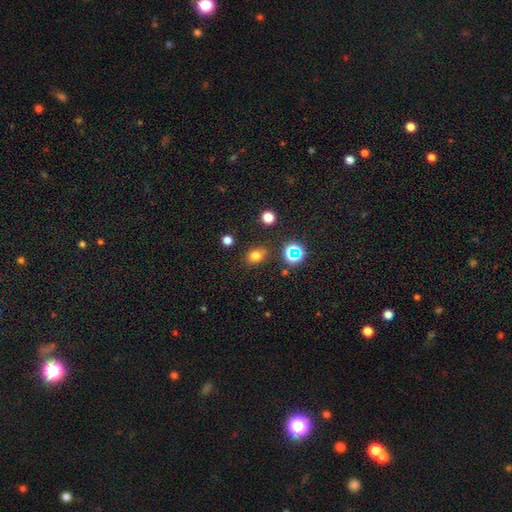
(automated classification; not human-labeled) A smooth galaxy with no disk features (72%) that is round (54%).

Vote fractions:
- Smooth or featured? smooth: 72% / star or artifact: 21% / featured or disk: 7%
- How rounded? round: 54% / in between: 45% / cigar-shaped: 1%
- Merging? none: 78% / minor disturbance: 13% / merger: 5% / major disturbance: 4%